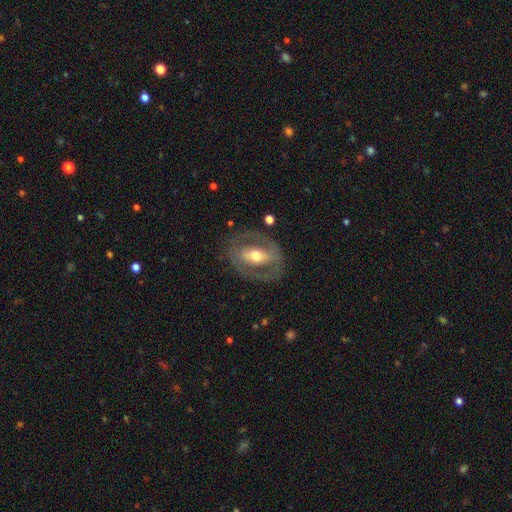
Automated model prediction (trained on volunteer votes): Smooth or featured? featured or disk (67%)
Edge-on disk? no (91%)
Bar? strong (40%)
Spiral arms? no (64%)
Bulge size? moderate (70%)
Merging? none (76%)